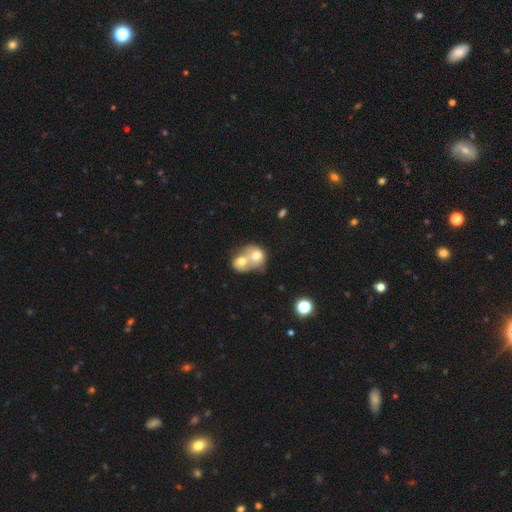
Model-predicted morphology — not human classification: smooth-or-featured: smooth: 67% | featured or disk: 25% | star or artifact: 8%
  how-rounded: round: 62% | in between: 37% | cigar-shaped: 1%
  merging: merger: 82% | none: 11% | minor disturbance: 4% | major disturbance: 3%